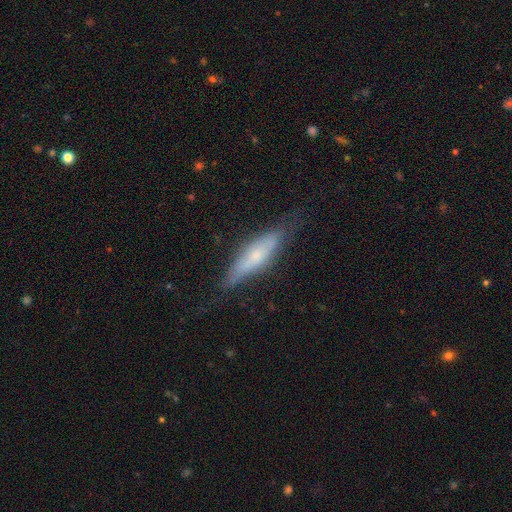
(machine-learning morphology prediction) smooth_or_featured: featured or disk (p=0.47) [alt: smooth p=0.45]
merging: none (p=0.70) [alt: minor disturbance p=0.22]